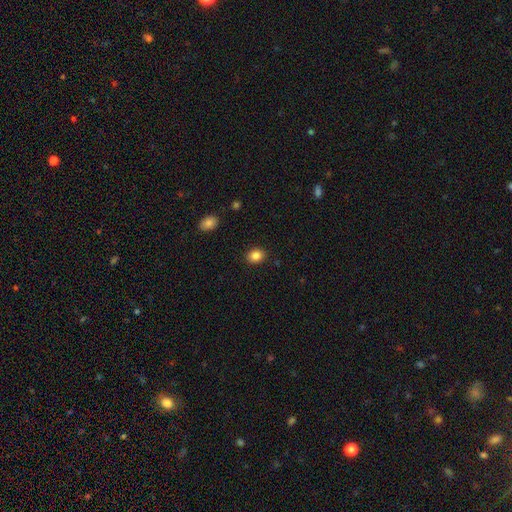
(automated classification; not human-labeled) This is clearly a smooth galaxy (86%). How rounded: possibly in between (54%). Merging: clearly none (89%).